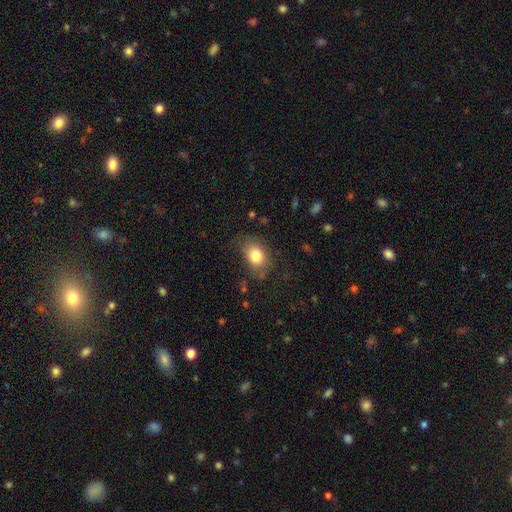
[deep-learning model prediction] Smooth or featured? smooth (80%)
How rounded? in between (68%)
Merging? none (67%)